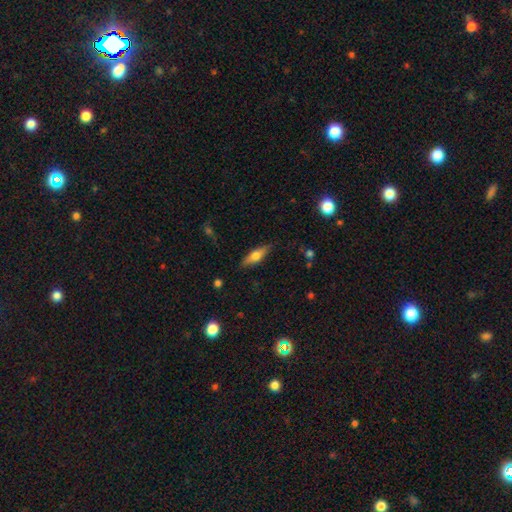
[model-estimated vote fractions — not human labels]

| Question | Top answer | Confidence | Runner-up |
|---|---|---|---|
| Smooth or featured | smooth | 53% | featured or disk (40%) |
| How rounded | cigar-shaped | 50% | in between (47%) |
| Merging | none | 84% | minor disturbance (12%) |